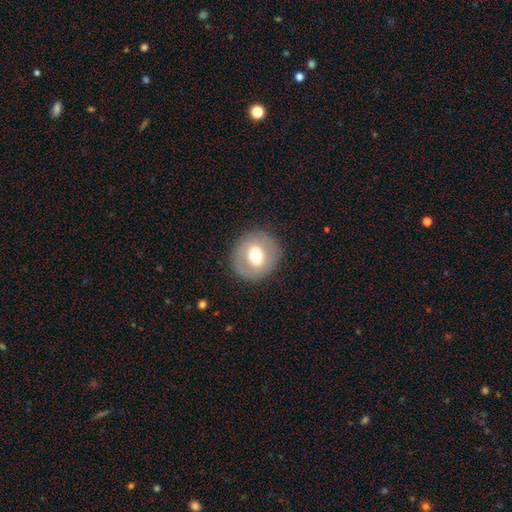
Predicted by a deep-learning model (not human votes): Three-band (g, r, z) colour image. It shows a smooth galaxy with no disk features (57%) that is round (85%). Merging: none (86%).